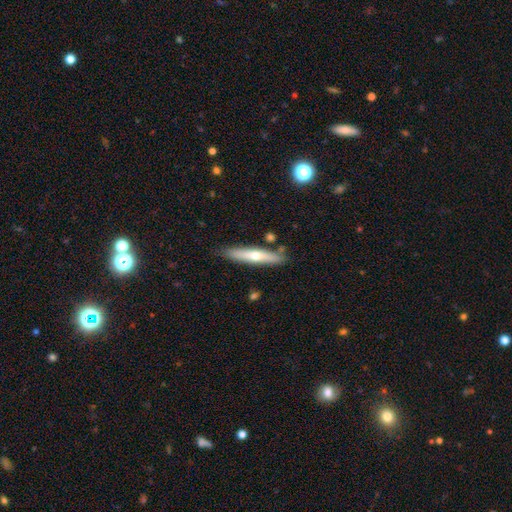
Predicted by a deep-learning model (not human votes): Overall: smooth (47%, tied with featured or disk). Merging: none (82%).